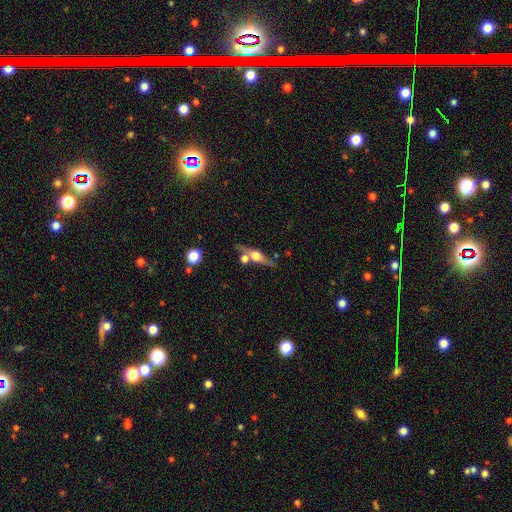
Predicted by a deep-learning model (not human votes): A featured or disk galaxy (66%) viewed edge-on (91%) with a rounded central bulge (93%). Merging: none (65%).